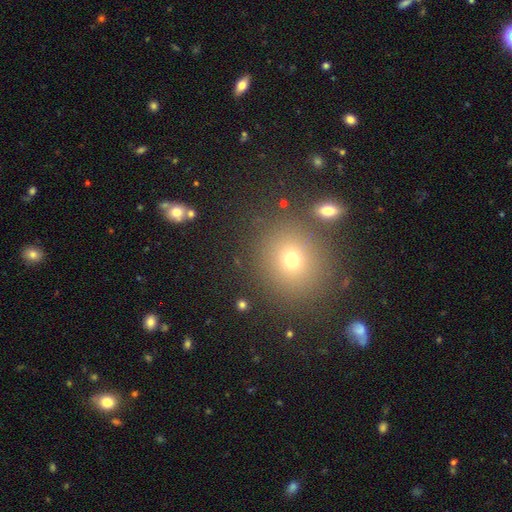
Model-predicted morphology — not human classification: Smooth or featured? smooth (60%)
How rounded? round (83%)
Merging? none (87%)